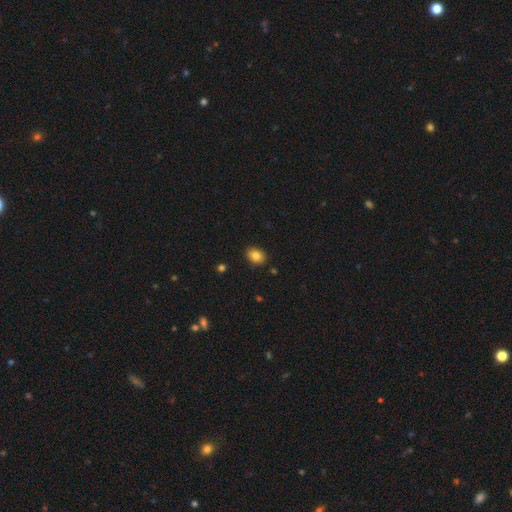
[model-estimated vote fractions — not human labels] Smooth or featured?
  - smooth: 85% *
  - star or artifact: 9%
  - featured or disk: 6%
How rounded?
  - in between: 70% *
  - round: 29%
  - cigar-shaped: 1%
Merging?
  - none: 88% *
  - minor disturbance: 9%
  - major disturbance: 2%
  - merger: 1%